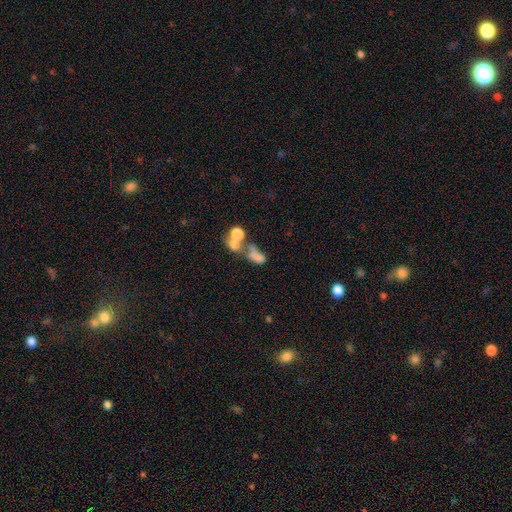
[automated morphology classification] smooth_or_featured: smooth (p=0.62) [alt: featured or disk p=0.23]
how_rounded: in between (p=0.69) [alt: round p=0.23]
merging: merger (p=0.50) [alt: none p=0.21]